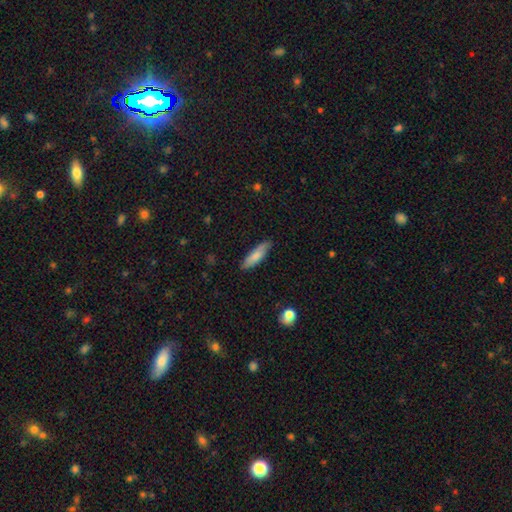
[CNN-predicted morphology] Overall: smooth (76%). How rounded: cigar-shaped (64%; in between 35%). Merging: none (83%).